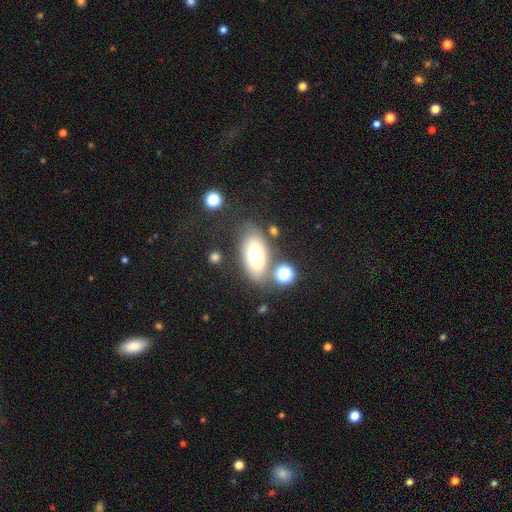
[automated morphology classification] A smooth galaxy with no disk features (66%) that is in between round and cigar-shaped (86%).

Vote fractions:
- Smooth or featured? smooth: 66% / featured or disk: 23% / star or artifact: 11%
- How rounded? in between: 86% / round: 8% / cigar-shaped: 7%
- Merging? none: 71% / minor disturbance: 15% / merger: 8% / major disturbance: 6%